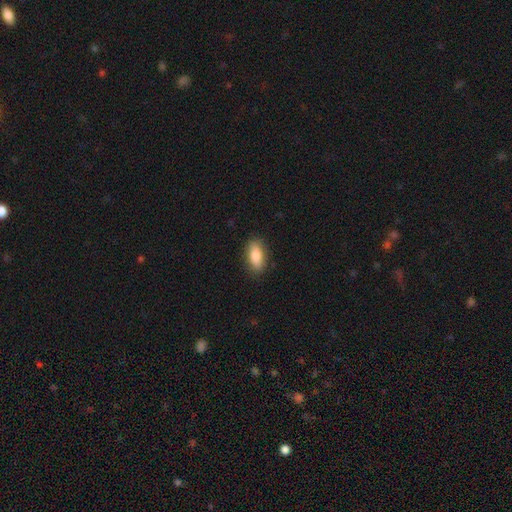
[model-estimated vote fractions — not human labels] smooth-or-featured: smooth: 82% | featured or disk: 11% | star or artifact: 6%
  how-rounded: in between: 83% | cigar-shaped: 13% | round: 4%
  merging: none: 87% | minor disturbance: 10% | major disturbance: 2% | merger: 1%